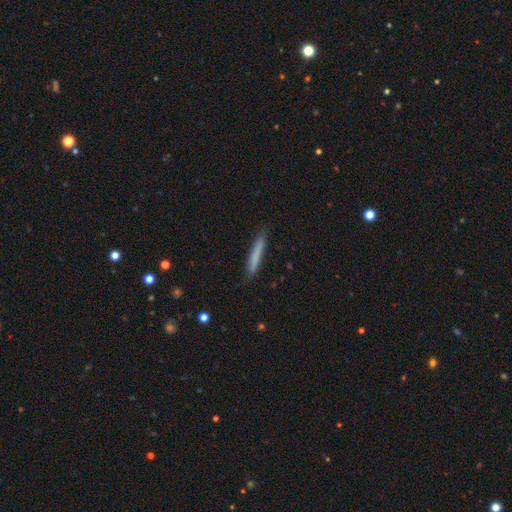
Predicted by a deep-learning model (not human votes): Smooth or featured?
  - smooth: 74% *
  - featured or disk: 20%
  - star or artifact: 6%
How rounded?
  - cigar-shaped: 95% *
  - in between: 3%
  - round: 1%
Merging?
  - none: 86% *
  - minor disturbance: 11%
  - major disturbance: 2%
  - merger: 1%